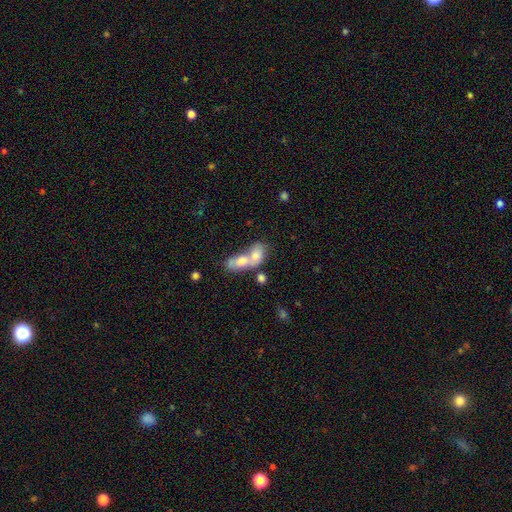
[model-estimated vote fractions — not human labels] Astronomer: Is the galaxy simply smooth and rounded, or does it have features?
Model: smooth — 68%.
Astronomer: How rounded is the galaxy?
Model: in between — 74%.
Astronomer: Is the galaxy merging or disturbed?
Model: merger — 79%.